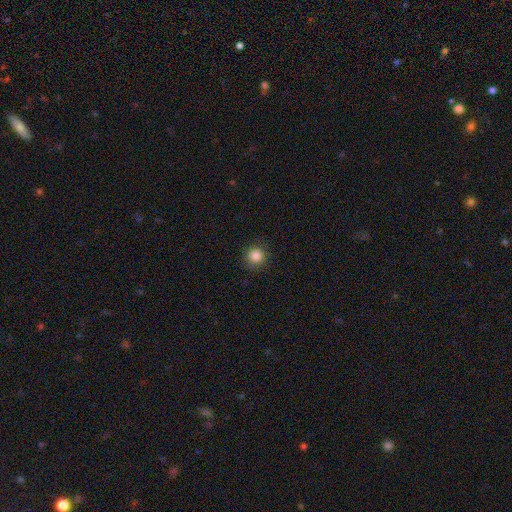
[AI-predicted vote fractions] Smooth or featured? smooth (86%)
How rounded? round (94%)
Merging? none (89%)